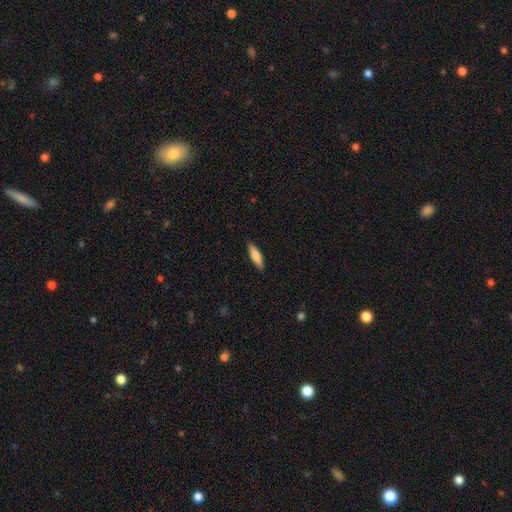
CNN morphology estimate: type=smooth (74%); roundness=cigar-shaped (72%); merging=none (89%).